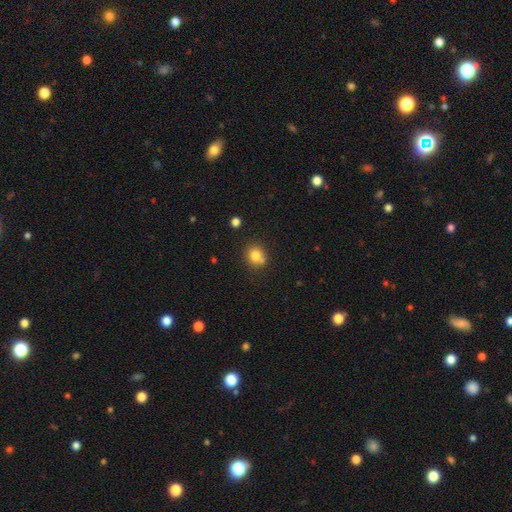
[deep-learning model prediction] Overall: smooth (79%). How rounded: round (82%). Merging: none (67%).